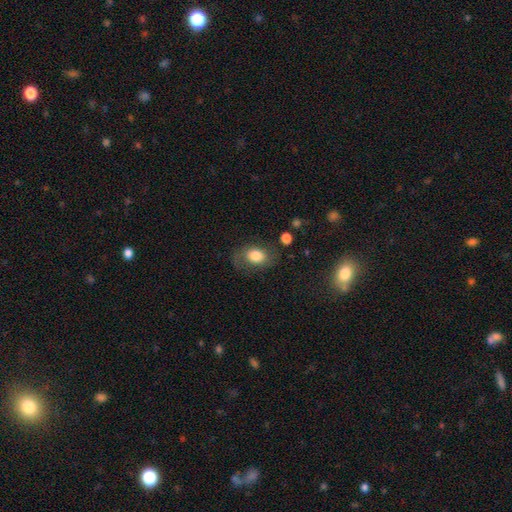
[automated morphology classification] Smooth or featured: smooth — 71% (featured or disk — 21%)
How rounded: in between — 72% (round — 26%)
Merging: none — 64% (minor disturbance — 21%)